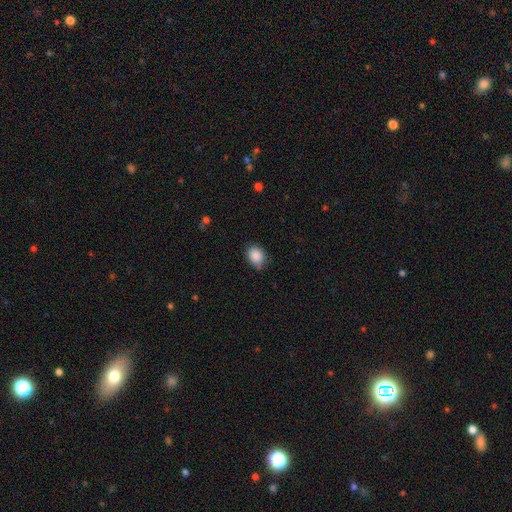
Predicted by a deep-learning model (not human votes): Morphology: type=smooth (88%); roundness=in between (58%); merging=none (77%).